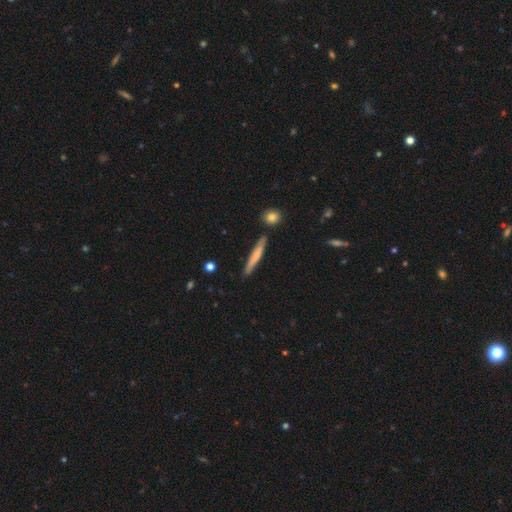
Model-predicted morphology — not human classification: This appears to be a smooth galaxy with no disk features (65%) that is cigar-shaped (95%). Merging: none (85%).